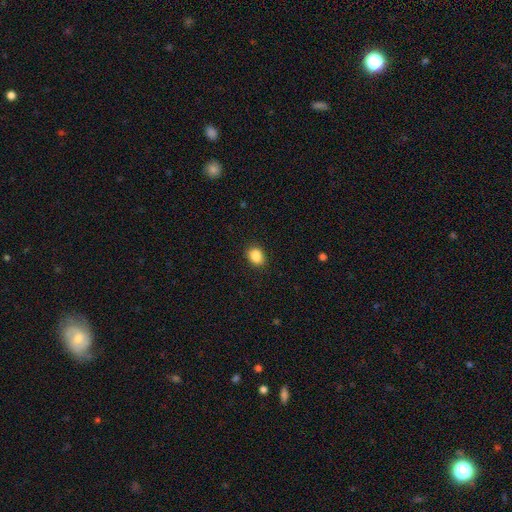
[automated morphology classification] This appears to be a smooth galaxy with no disk features (88%) that is in between round and cigar-shaped (62%). Merging: none (86%).